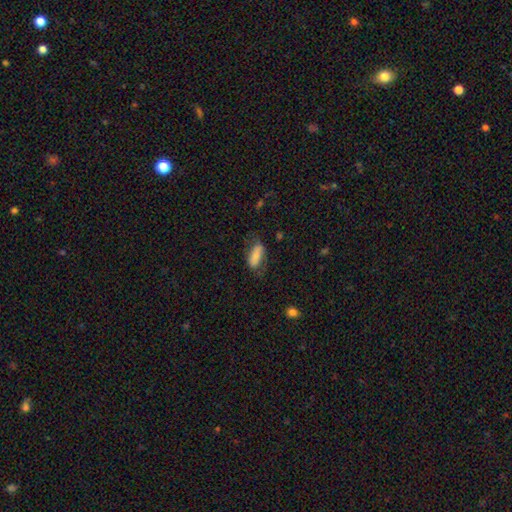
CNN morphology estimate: smooth 76%, featured or disk 17%, star or artifact 7%. Down the decision tree: how rounded — in between (74%); merging — none (56%).